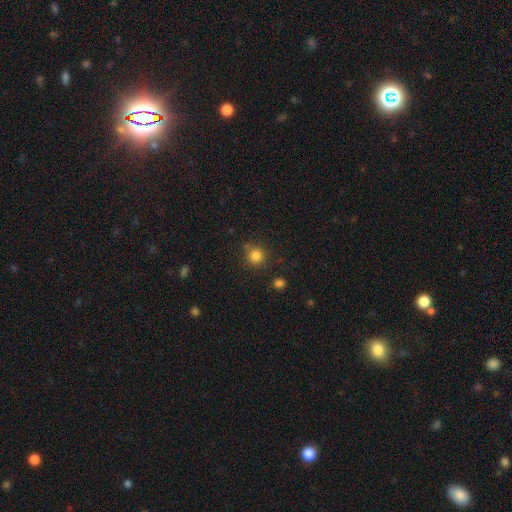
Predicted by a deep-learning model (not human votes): The model was most divided on "merging": none: 78%, minor disturbance: 12%, merger: 6%, major disturbance: 4%. More confident: how rounded — round (92%); smooth or featured — smooth (83%).